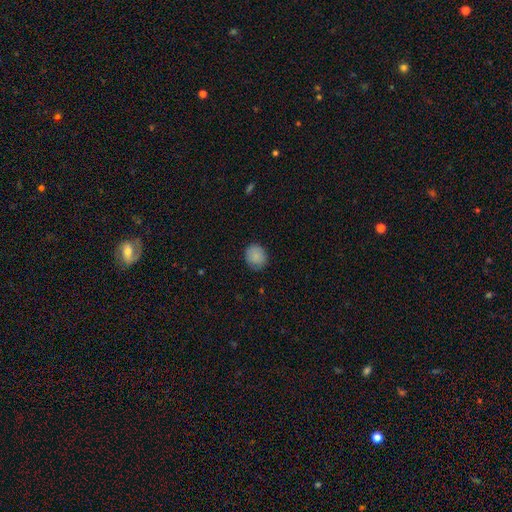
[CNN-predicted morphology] This appears to be a smooth galaxy with no disk features (85%) that is round (71%). Merging: none (81%).